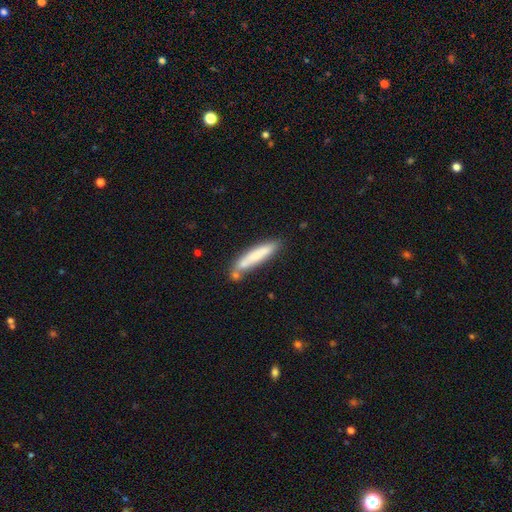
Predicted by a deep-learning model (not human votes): Smooth or featured? Predicted: smooth (p=0.74). How rounded? Predicted: cigar-shaped (p=0.89). Merging? Predicted: none (p=0.66).